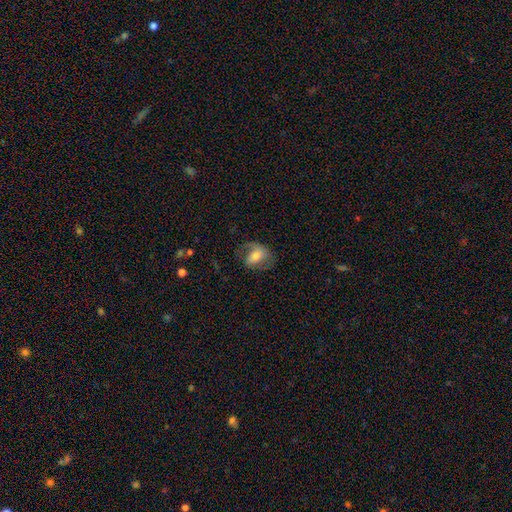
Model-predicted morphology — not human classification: Smooth or featured: featured or disk — 50% (smooth — 42%)
Edge-on disk: no — 95% (yes — 5%)
Merging: none — 55% (minor disturbance — 22%)